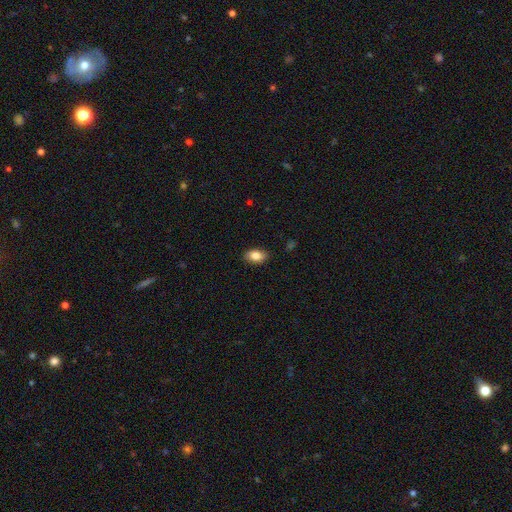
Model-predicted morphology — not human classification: smooth-or-featured: smooth: 85% | star or artifact: 8% | featured or disk: 7%
  how-rounded: in between: 89% | round: 9% | cigar-shaped: 2%
  merging: none: 88% | minor disturbance: 9% | major disturbance: 2% | merger: 1%